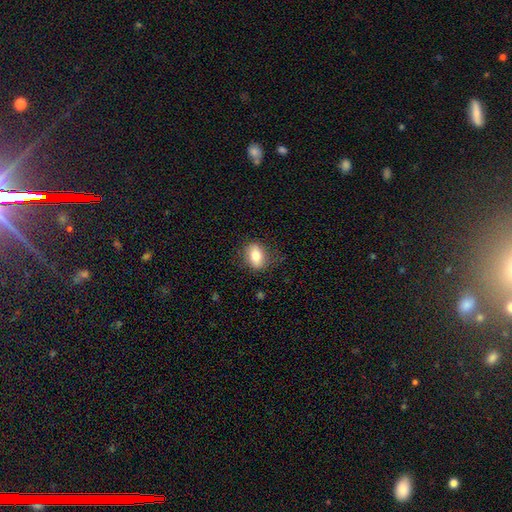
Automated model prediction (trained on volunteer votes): smooth 77%, featured or disk 15%, star or artifact 8%. Down the decision tree: how rounded — in between (77%); merging — none (78%).